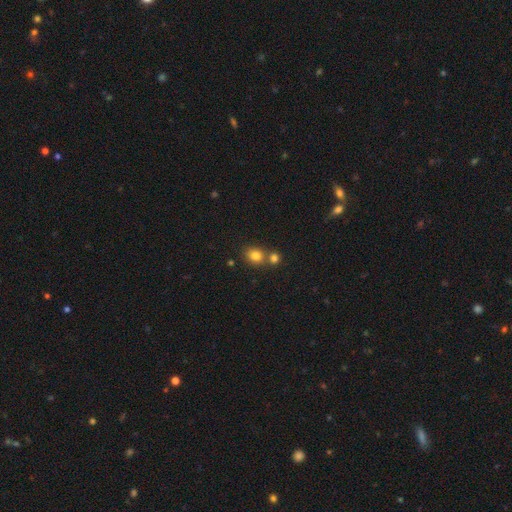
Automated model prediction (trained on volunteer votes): The model was most divided on "merging": none: 56%, merger: 33%, minor disturbance: 8%, major disturbance: 3%. More confident: smooth or featured — smooth (82%); how rounded — round (67%).